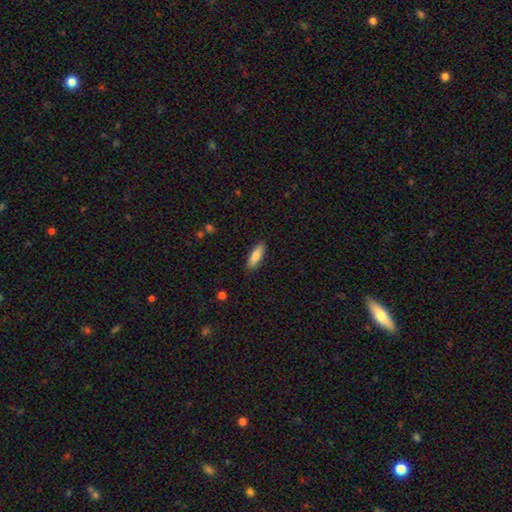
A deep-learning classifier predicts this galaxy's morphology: A smooth galaxy with no disk features (83%) that is in between round and cigar-shaped (53%).

Vote fractions:
- Smooth or featured? smooth: 83% / featured or disk: 11% / star or artifact: 6%
- How rounded? in between: 53% / cigar-shaped: 45% / round: 2%
- Merging? none: 88% / minor disturbance: 9% / major disturbance: 2% / merger: 1%